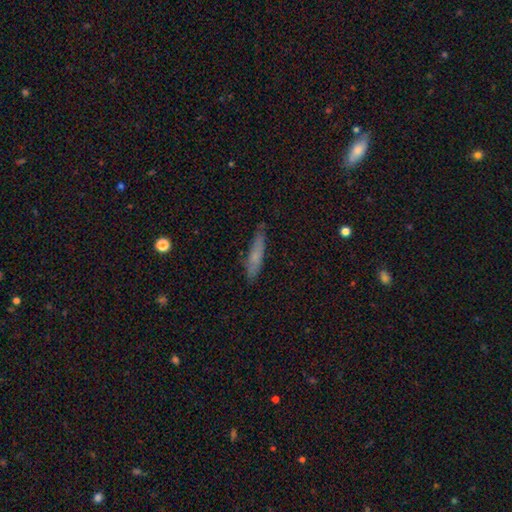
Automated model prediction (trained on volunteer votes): A smooth galaxy with no disk features (65%) that is cigar-shaped (84%).

Vote fractions:
- Smooth or featured? smooth: 65% / featured or disk: 28% / star or artifact: 8%
- How rounded? cigar-shaped: 84% / in between: 14% / round: 2%
- Merging? none: 81% / minor disturbance: 15% / major disturbance: 3% / merger: 1%